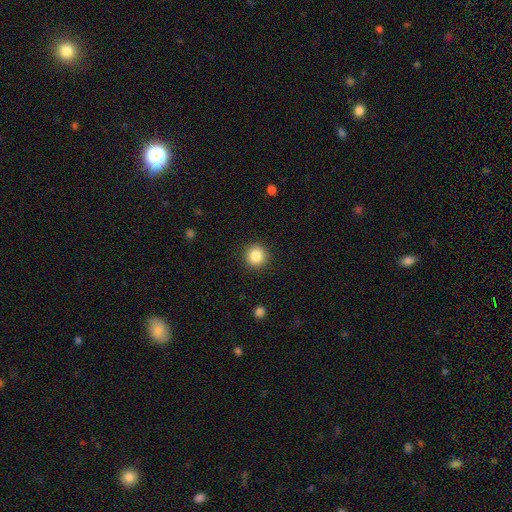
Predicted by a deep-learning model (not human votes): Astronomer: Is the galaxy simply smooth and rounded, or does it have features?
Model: smooth — 85%.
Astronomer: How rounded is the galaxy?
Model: round — 94%.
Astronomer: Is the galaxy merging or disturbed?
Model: none — 92%.